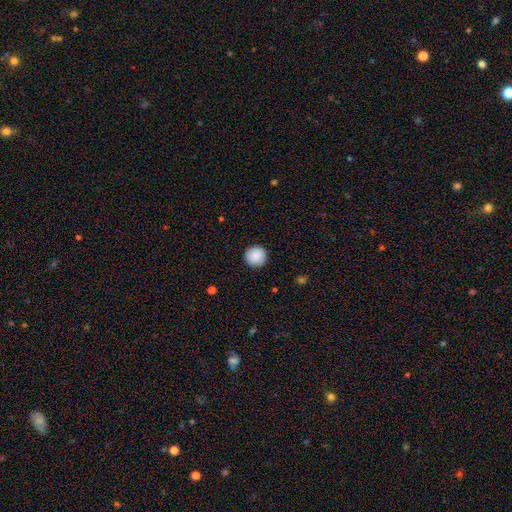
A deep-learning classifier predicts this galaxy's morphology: Smooth or featured? Predicted: smooth (p=0.87). How rounded? Predicted: round (p=0.95). Merging? Predicted: none (p=0.92).